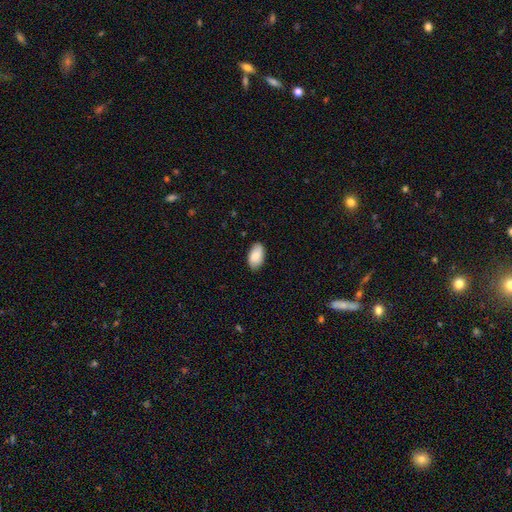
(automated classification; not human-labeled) This is clearly a smooth galaxy (82%). How rounded: clearly in between (95%). Merging: clearly none (84%).